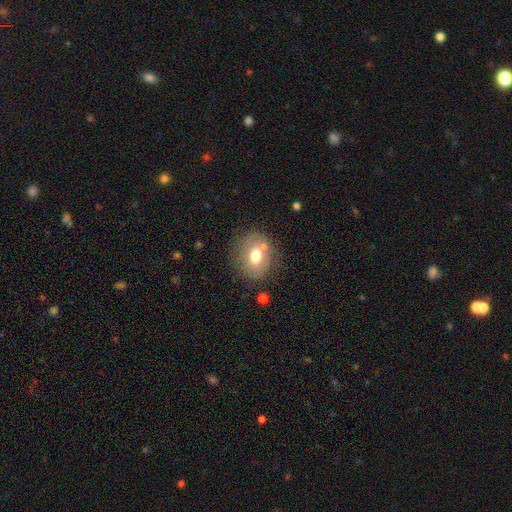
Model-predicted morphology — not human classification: smooth 67%, featured or disk 23%, star or artifact 10%. Down the decision tree: how rounded — round (57%); merging — none (70%).